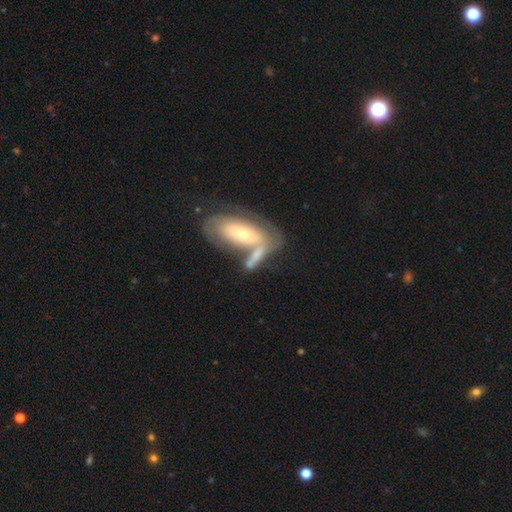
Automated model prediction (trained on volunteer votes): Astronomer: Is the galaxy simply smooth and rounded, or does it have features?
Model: smooth — 53% (runner-up: featured or disk, 41%).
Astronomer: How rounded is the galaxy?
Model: in between — 68%.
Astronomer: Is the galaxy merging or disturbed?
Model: merger — 47% (runner-up: none, 30%).